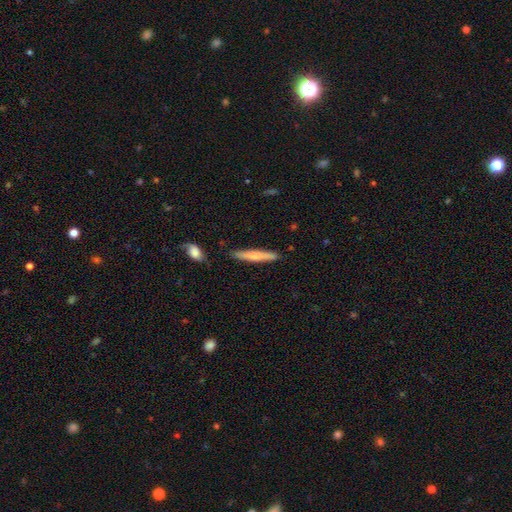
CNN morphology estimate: smooth-or-featured: smooth: 61% | featured or disk: 33% | star or artifact: 6%
  how-rounded: cigar-shaped: 93% | in between: 5% | round: 1%
  merging: none: 86% | minor disturbance: 10% | merger: 2% | major disturbance: 2%